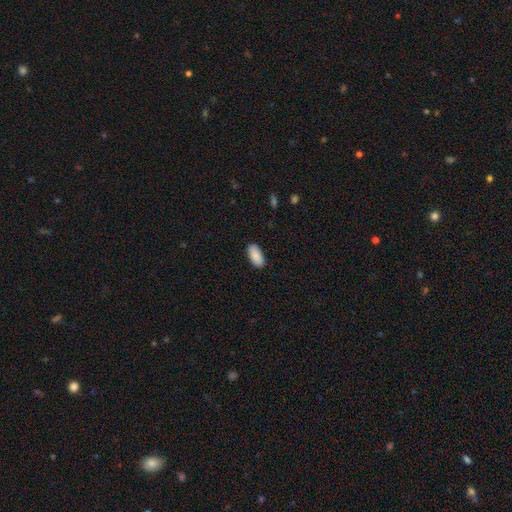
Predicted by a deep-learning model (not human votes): Smooth or featured?
  - smooth: 89% *
  - star or artifact: 6%
  - featured or disk: 4%
How rounded?
  - in between: 92% *
  - cigar-shaped: 6%
  - round: 2%
Merging?
  - none: 87% *
  - minor disturbance: 10%
  - major disturbance: 2%
  - merger: 1%